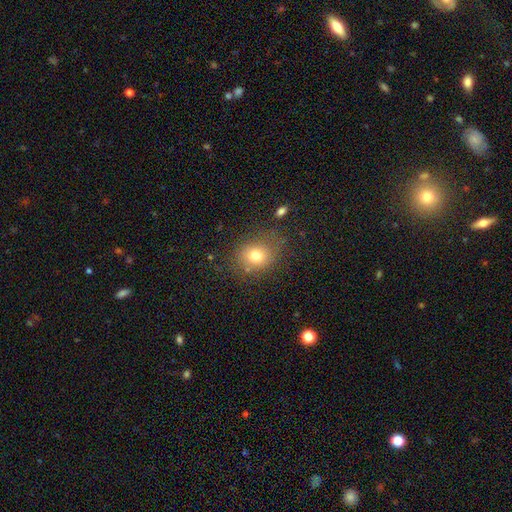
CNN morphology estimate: smooth_or_featured: smooth (p=0.74) [alt: star or artifact p=0.14]
how_rounded: round (p=0.66) [alt: in between p=0.33]
merging: none (p=0.74) [alt: minor disturbance p=0.16]